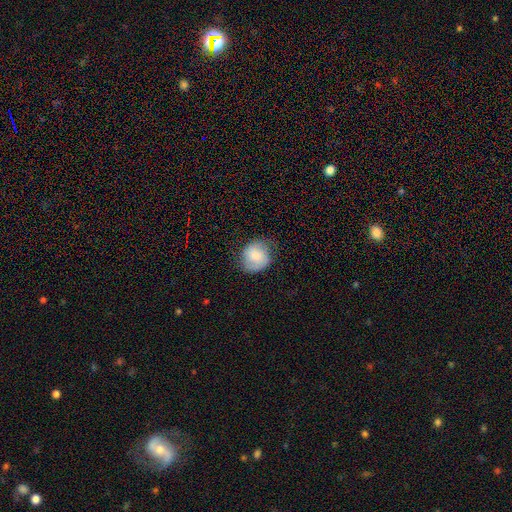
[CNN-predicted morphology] Smooth or featured? smooth (71%)
How rounded? round (75%)
Merging? none (71%)